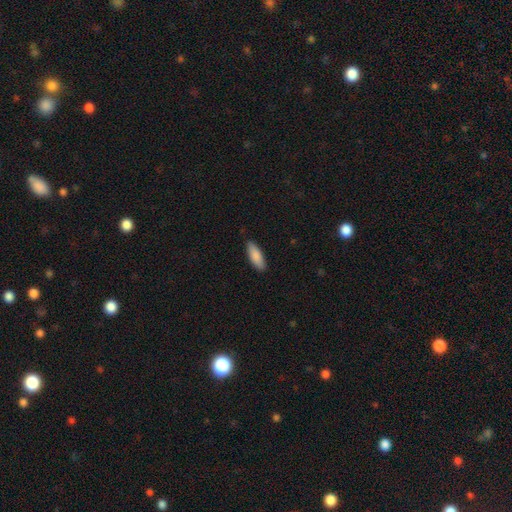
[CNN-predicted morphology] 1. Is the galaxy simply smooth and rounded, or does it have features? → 87% smooth, 7% featured or disk, 5% star or artifact.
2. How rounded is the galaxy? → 64% in between, 34% cigar-shaped, 2% round.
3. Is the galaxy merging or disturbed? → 87% none, 10% minor disturbance, 2% major disturbance, 1% merger.